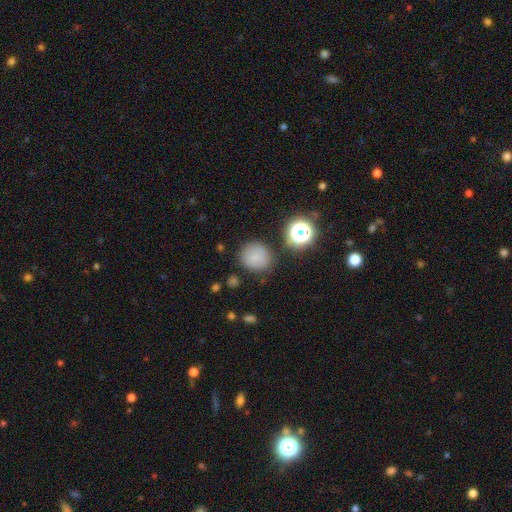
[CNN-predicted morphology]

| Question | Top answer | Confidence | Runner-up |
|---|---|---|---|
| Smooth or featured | smooth | 78% | star or artifact (14%) |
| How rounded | round | 88% | in between (11%) |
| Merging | none | 80% | minor disturbance (12%) |